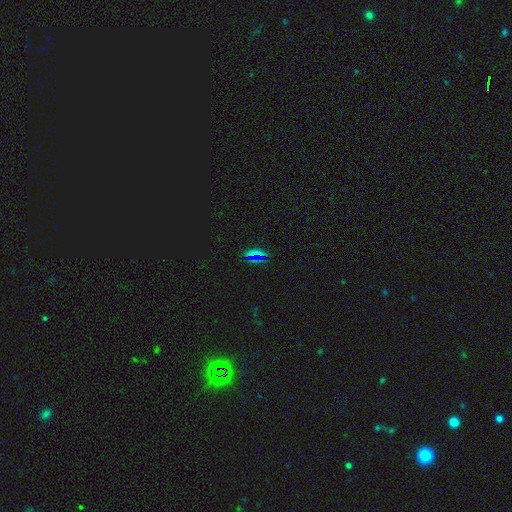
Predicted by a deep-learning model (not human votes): Overall: smooth (46%; star or artifact 44%). Merging: none (79%).